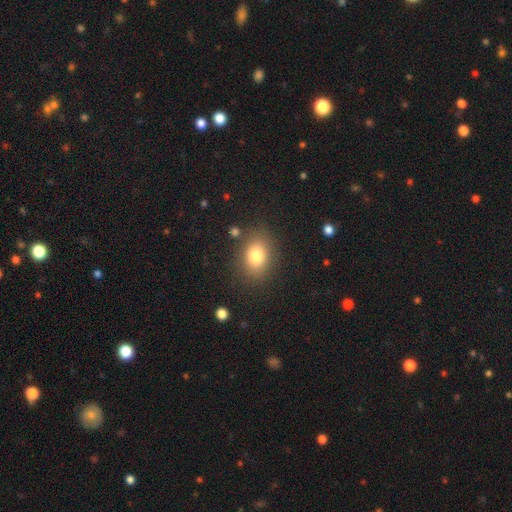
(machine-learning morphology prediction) Smooth or featured?
  - smooth: 79% *
  - star or artifact: 11%
  - featured or disk: 10%
How rounded?
  - in between: 66% *
  - round: 33%
  - cigar-shaped: 1%
Merging?
  - none: 81% *
  - minor disturbance: 11%
  - major disturbance: 4%
  - merger: 3%